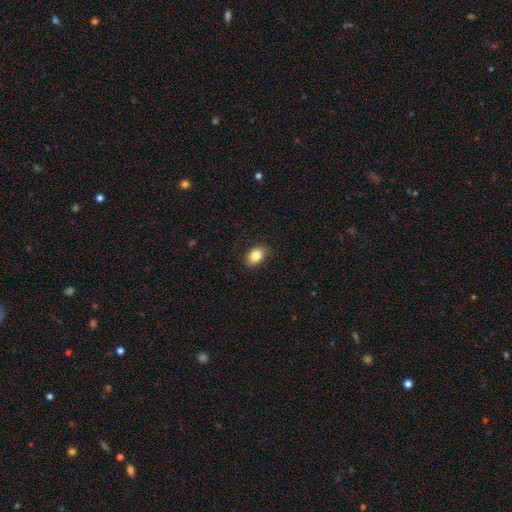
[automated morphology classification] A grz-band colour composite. It shows a smooth galaxy with no disk features (84%) that is in between round and cigar-shaped (72%). Merging: none (86%).